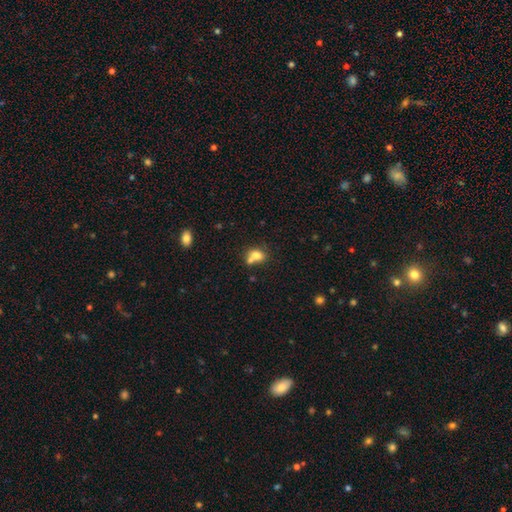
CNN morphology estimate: This appears to be a smooth galaxy with no disk features (76%) that is in between round and cigar-shaped (58%). Merging: merger (49%).